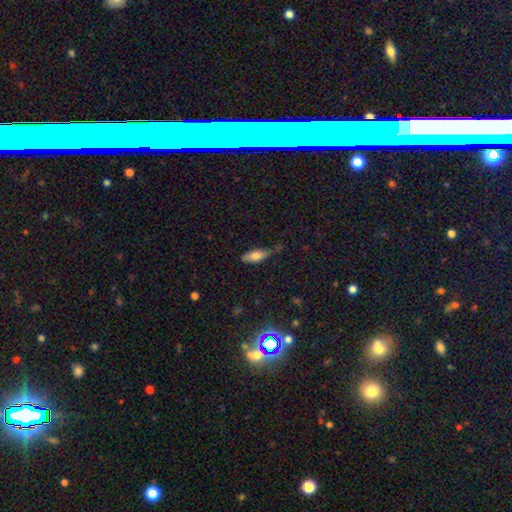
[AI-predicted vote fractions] This is likely a smooth galaxy (72%). How rounded: likely in between (66%). Merging: possibly none (59%).